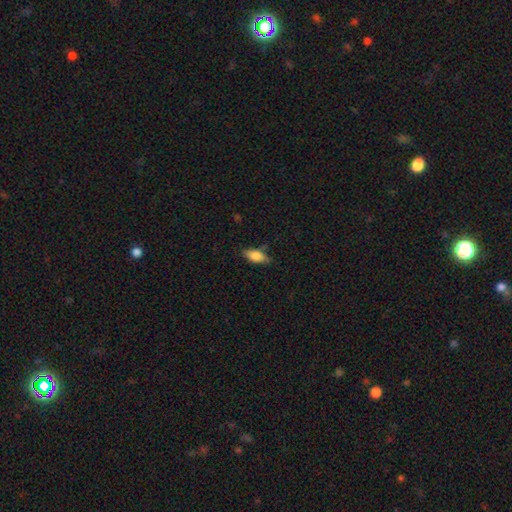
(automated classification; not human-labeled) A smooth galaxy with no disk features (75%) that is in between round and cigar-shaped (80%). Merging: none (75%).